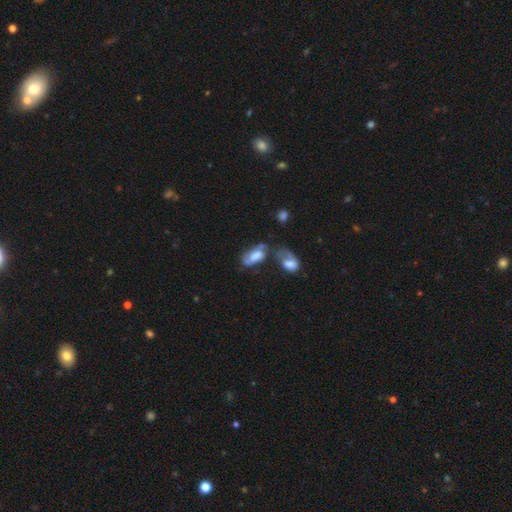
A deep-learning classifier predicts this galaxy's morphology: A smooth galaxy with no disk features (47%). Merging: merger (35%).